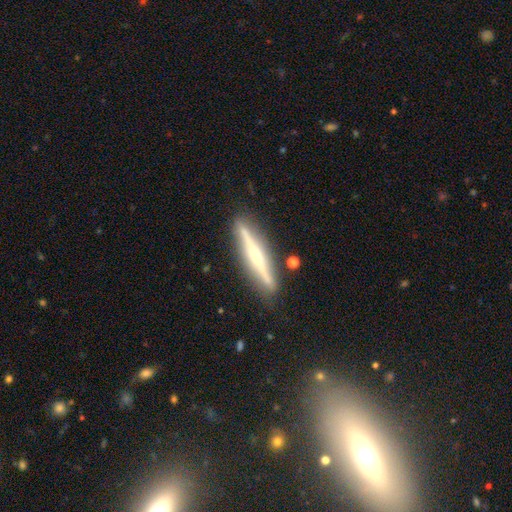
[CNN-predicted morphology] featured or disk 73%, smooth 21%, star or artifact 6%. Down the decision tree: edge-on disk — yes (96%); edge-on bulge — rounded (79%); merging — none (86%).